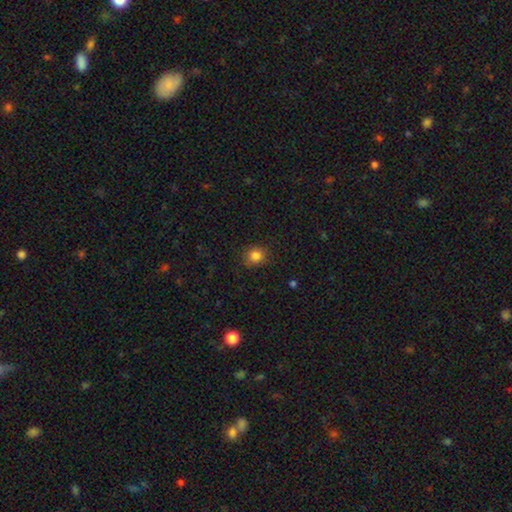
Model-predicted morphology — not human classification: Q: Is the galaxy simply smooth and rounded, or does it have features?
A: smooth — 83%.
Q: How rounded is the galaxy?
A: round — 83%.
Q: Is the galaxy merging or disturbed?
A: none — 87%.